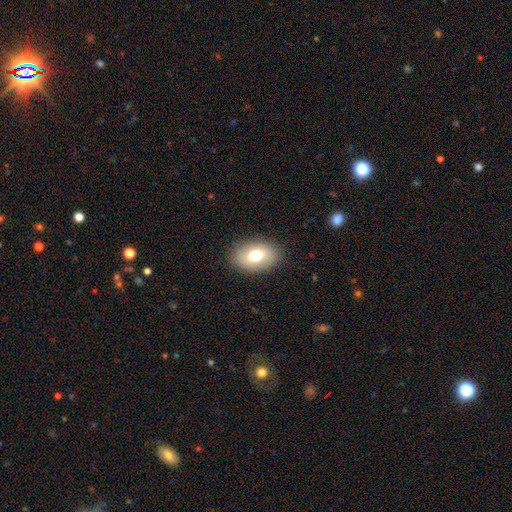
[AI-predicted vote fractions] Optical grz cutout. It shows a smooth galaxy with no disk features (73%) that is in between round and cigar-shaped (86%). Merging: none (86%).